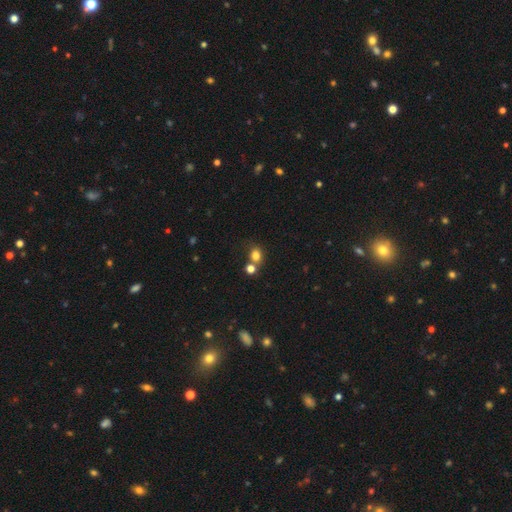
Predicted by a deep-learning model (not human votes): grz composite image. It shows a smooth galaxy with no disk features (78%) that is round (62%). Merging: none (56%).